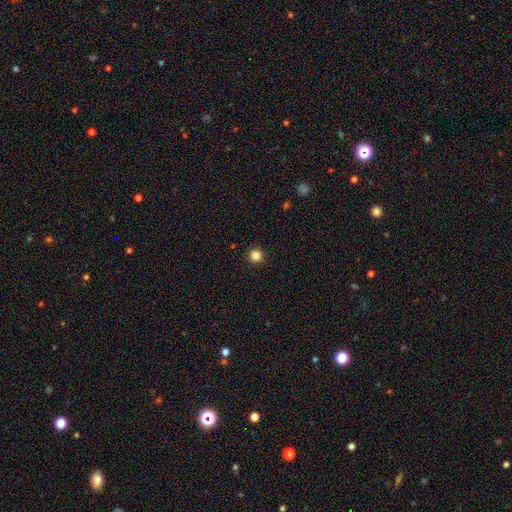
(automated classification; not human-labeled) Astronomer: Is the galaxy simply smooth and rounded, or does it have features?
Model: smooth — 84%.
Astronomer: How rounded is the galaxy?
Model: round — 95%.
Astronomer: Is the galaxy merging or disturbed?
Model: none — 94%.